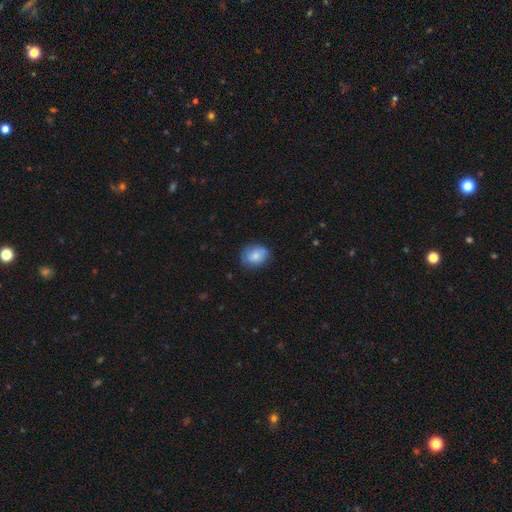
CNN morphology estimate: Overall: smooth (77%). How rounded: round (50%; in between 49%). Merging: none (71%).